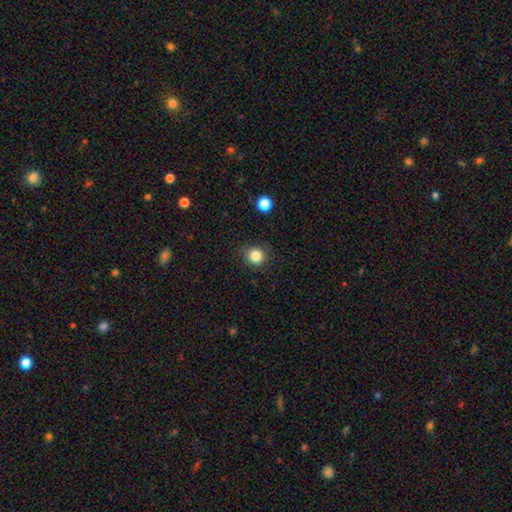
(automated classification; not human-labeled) A smooth galaxy with no disk features (85%) that is round (88%). Merging: none (86%).